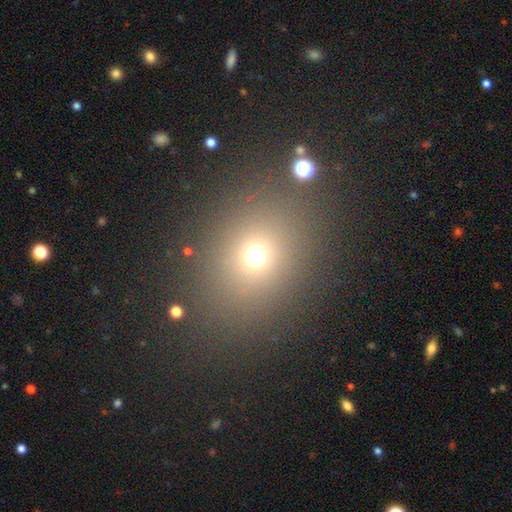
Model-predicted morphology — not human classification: Overall: smooth (67%). How rounded: round (65%; in between 34%). Merging: none (81%).